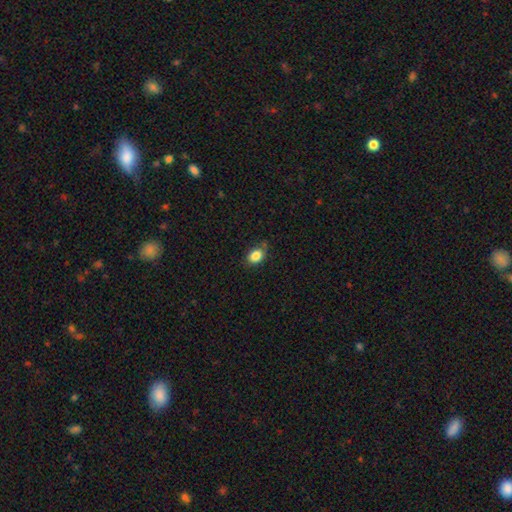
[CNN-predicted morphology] smooth-or-featured: smooth: 84% | star or artifact: 9% | featured or disk: 7%
  how-rounded: in between: 73% | round: 26% | cigar-shaped: 1%
  merging: none: 69% | minor disturbance: 23% | major disturbance: 5% | merger: 2%